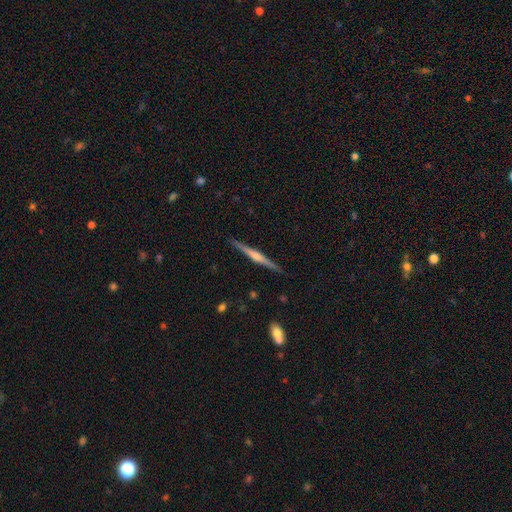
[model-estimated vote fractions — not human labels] Smooth or featured: featured or disk — 77% (smooth — 17%)
Edge-on disk: yes — 98% (no — 2%)
Edge-on bulge: rounded — 75% (boxy — 14%)
Merging: none — 91% (minor disturbance — 7%)